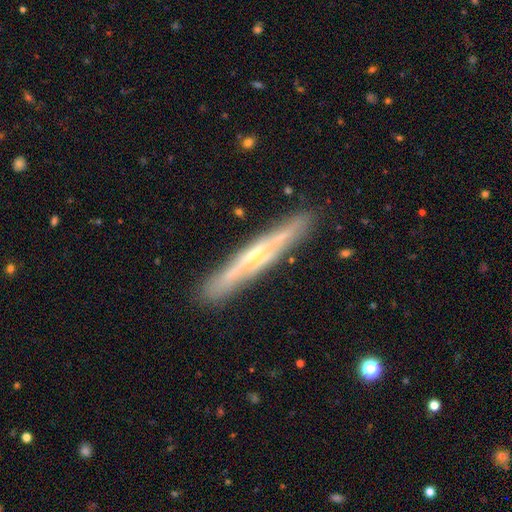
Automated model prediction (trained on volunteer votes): This appears to be a featured or disk galaxy (75%) viewed edge-on (89%) with a rounded central bulge (72%). Merging: none (88%).